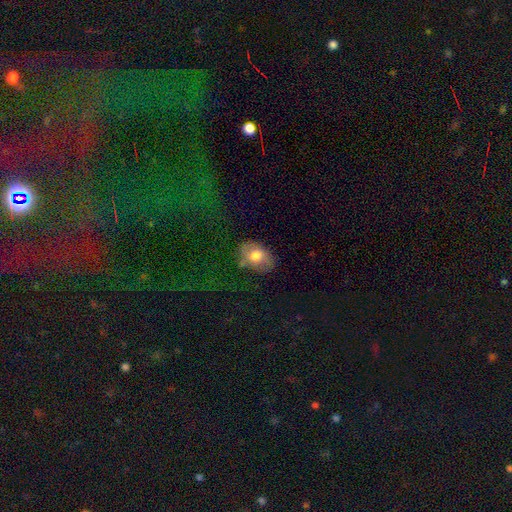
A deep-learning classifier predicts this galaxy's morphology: Smooth or featured: smooth — 70% (featured or disk — 22%)
How rounded: in between — 75% (round — 24%)
Merging: none — 57% (minor disturbance — 29%)